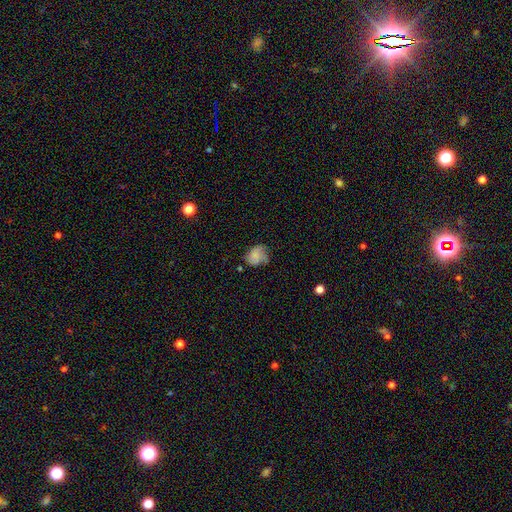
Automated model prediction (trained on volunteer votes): A smooth galaxy with no disk features (63%) that is in between round and cigar-shaped (55%). Merging: none (42%).